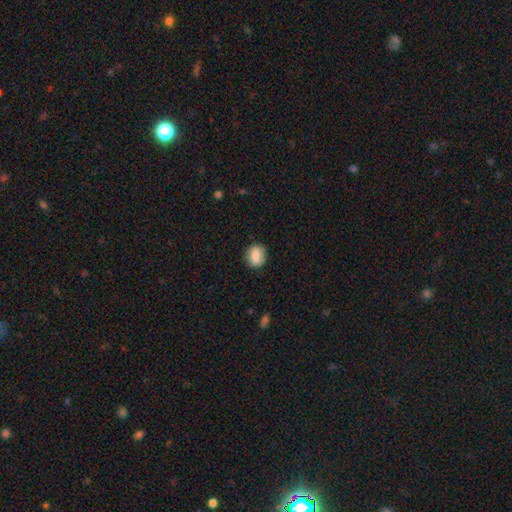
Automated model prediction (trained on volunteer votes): This appears to be a smooth galaxy with no disk features (84%) that is round (57%). Merging: none (83%).